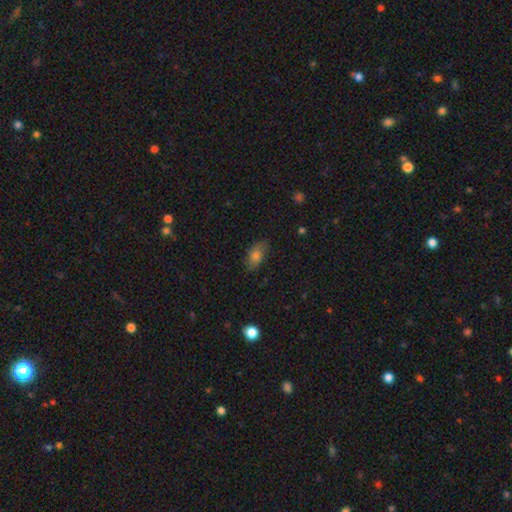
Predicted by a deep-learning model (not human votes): This appears to be a smooth galaxy with no disk features (71%) that is in between round and cigar-shaped (87%). Merging: none (78%).